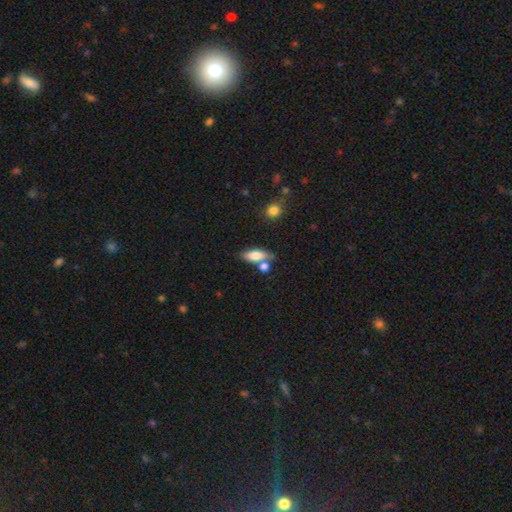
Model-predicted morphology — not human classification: smooth 77%, featured or disk 16%, star or artifact 8%. Down the decision tree: how rounded — in between (74%); merging — none (59%).